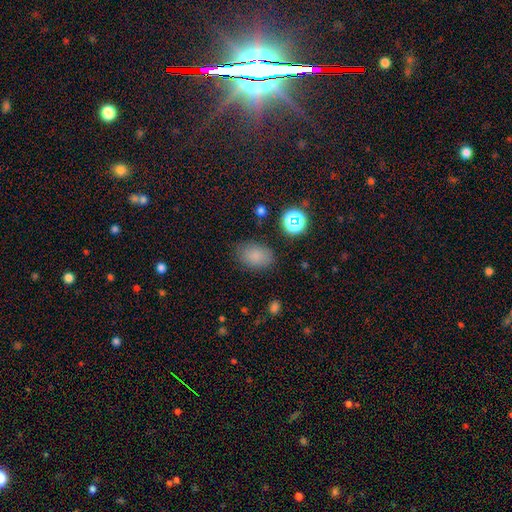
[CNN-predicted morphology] This is clearly a smooth galaxy (81%). How rounded: clearly in between (83%). Merging: clearly none (80%).